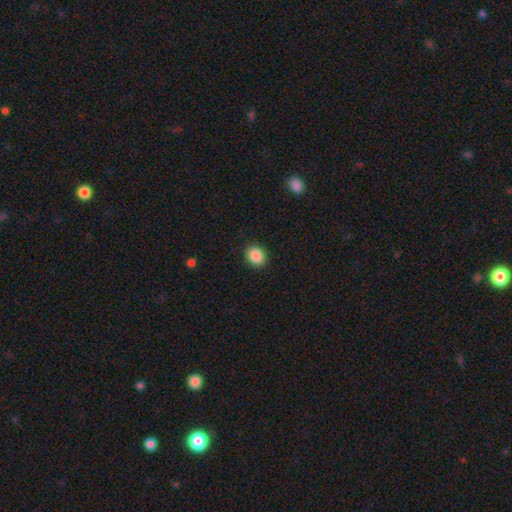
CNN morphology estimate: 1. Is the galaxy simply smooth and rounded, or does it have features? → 88% smooth, 8% star or artifact, 3% featured or disk.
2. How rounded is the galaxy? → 61% round, 38% in between, 1% cigar-shaped.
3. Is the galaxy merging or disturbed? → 90% none, 7% minor disturbance, 2% major disturbance, 1% merger.